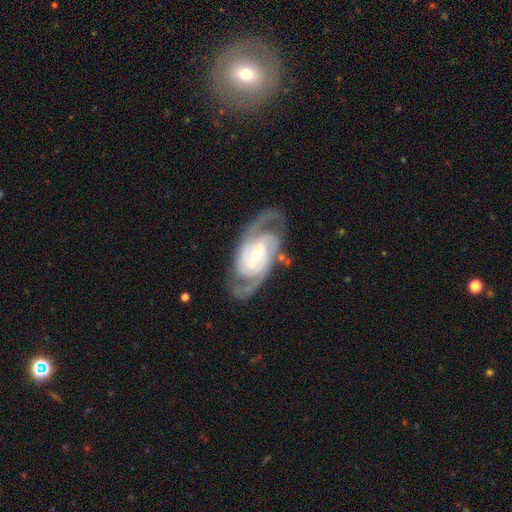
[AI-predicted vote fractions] Smooth or featured: featured or disk — 92% (smooth — 4%)
Edge-on disk: no — 96% (yes — 4%)
Bar: weak — 44% (strong — 33%)
Spiral arms: yes — 98% (no — 2%)
Spiral winding: tight — 51% (medium — 42%)
Spiral arm count: 2 — 74% (3 — 14%)
Bulge size: moderate — 54% (small — 41%)
Merging: none — 77% (minor disturbance — 14%)